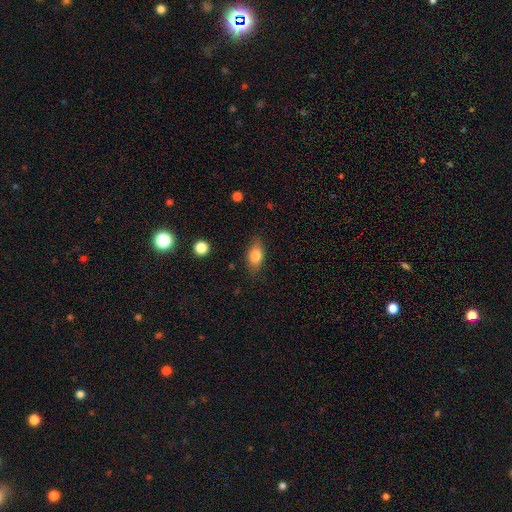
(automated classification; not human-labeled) Smooth or featured?
  - smooth: 79% *
  - featured or disk: 12%
  - star or artifact: 8%
How rounded?
  - in between: 84% *
  - round: 10%
  - cigar-shaped: 5%
Merging?
  - none: 81% *
  - minor disturbance: 15%
  - major disturbance: 3%
  - merger: 1%